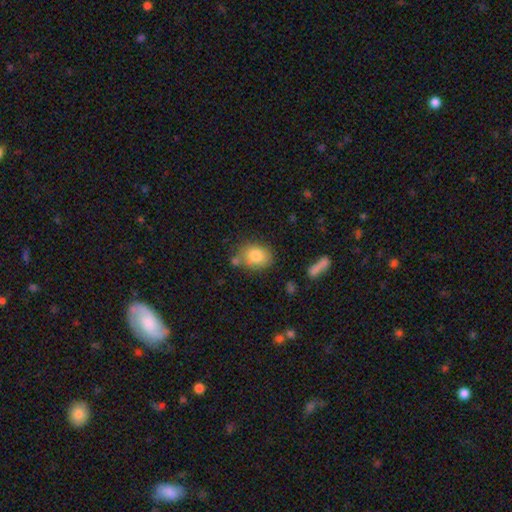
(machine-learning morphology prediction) Smooth or featured: smooth — 82% (featured or disk — 10%)
How rounded: in between — 52% (round — 46%)
Merging: none — 68% (minor disturbance — 17%)